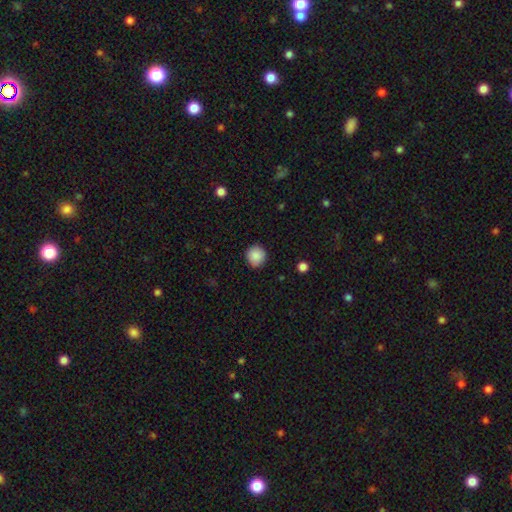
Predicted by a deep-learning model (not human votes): A smooth galaxy with no disk features (88%) that is round (92%). Merging: none (89%).